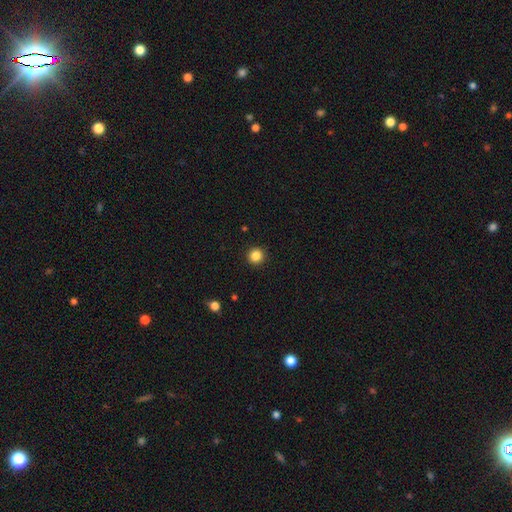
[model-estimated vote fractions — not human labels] A smooth galaxy with no disk features (85%) that is round (95%).

Vote fractions:
- Smooth or featured? smooth: 85% / star or artifact: 11% / featured or disk: 4%
- How rounded? round: 95% / in between: 4% / cigar-shaped: 1%
- Merging? none: 93% / minor disturbance: 4% / major disturbance: 2% / merger: 1%